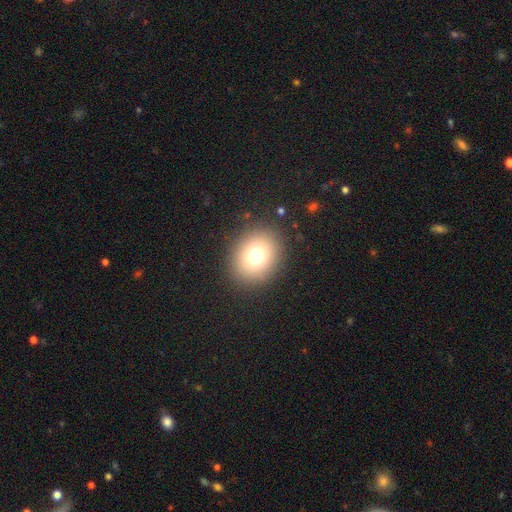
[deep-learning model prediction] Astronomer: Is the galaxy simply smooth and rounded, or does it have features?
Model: smooth — 75%.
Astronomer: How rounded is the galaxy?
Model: round — 64%.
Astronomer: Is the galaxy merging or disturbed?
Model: none — 88%.